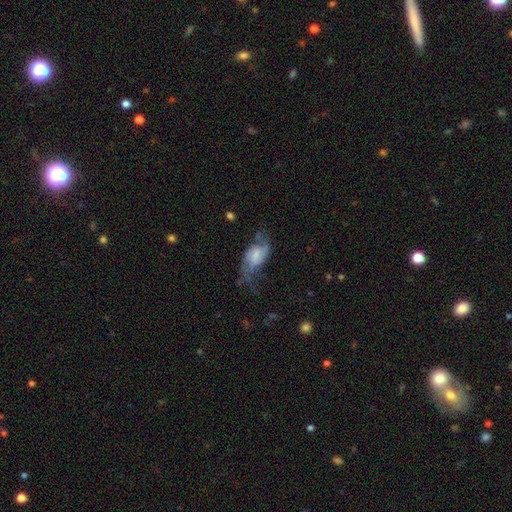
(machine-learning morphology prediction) smooth-or-featured: featured or disk: 62% | smooth: 30% | star or artifact: 8%
  disk-edge-on: no: 95% | yes: 5%
    bar: no: 46% | weak: 41% | strong: 13%
    has-spiral-arms: yes: 84% | no: 16%
    bulge-size: small: 32% | none: 31% | moderate: 22% | large: 12% | dominant: 4%
  merging: major disturbance: 40% | none: 32% | minor disturbance: 24% | merger: 4%